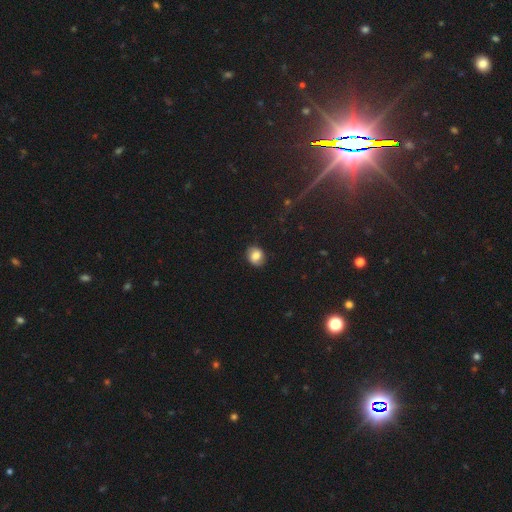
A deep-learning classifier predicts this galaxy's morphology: Smooth or featured: smooth — 68% (featured or disk — 22%)
How rounded: round — 64% (in between — 35%)
Merging: none — 83% (minor disturbance — 13%)